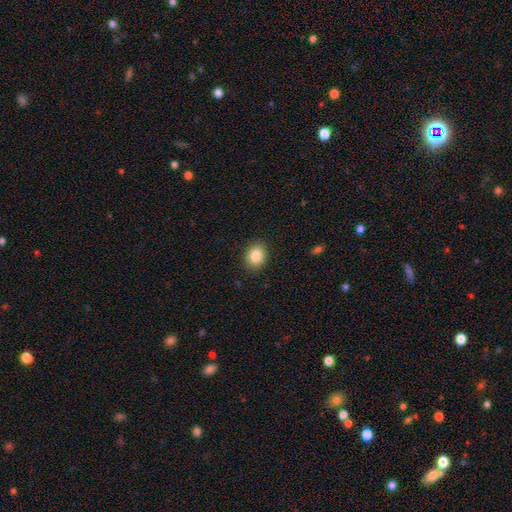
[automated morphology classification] smooth 85%, star or artifact 9%, featured or disk 6%. Down the decision tree: how rounded — in between (51%); merging — none (89%).